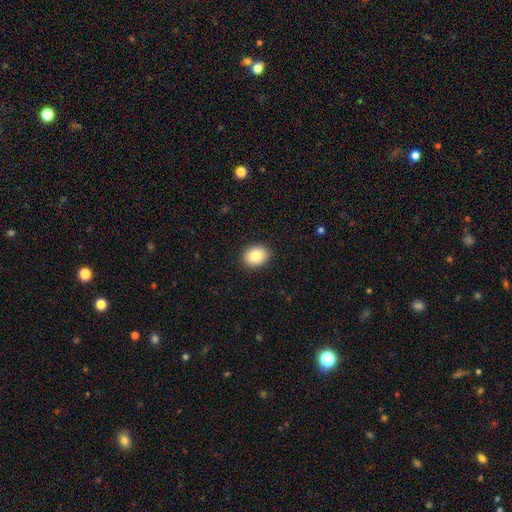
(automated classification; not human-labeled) Overall: smooth (84%). How rounded: in between (57%; round 42%). Merging: none (90%).